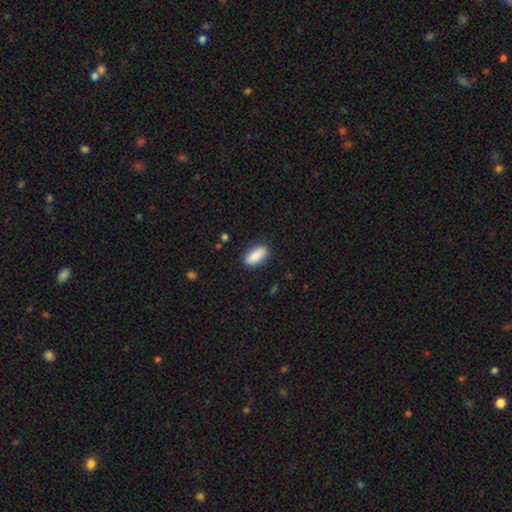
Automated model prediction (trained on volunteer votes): smooth 89%, star or artifact 6%, featured or disk 5%. Down the decision tree: how rounded — in between (87%); merging — none (87%).